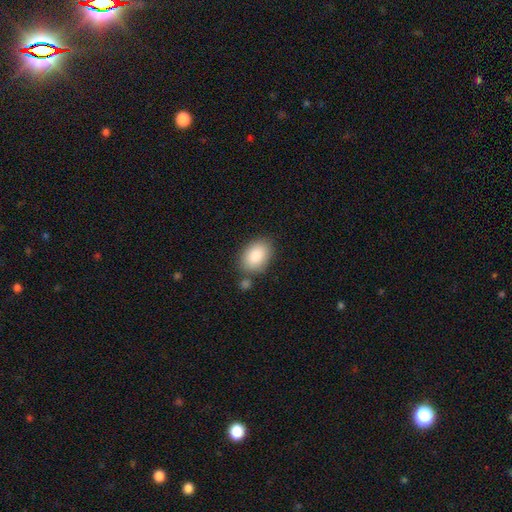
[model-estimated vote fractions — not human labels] A smooth galaxy with no disk features (88%) that is in between round and cigar-shaped (87%). Merging: none (74%).